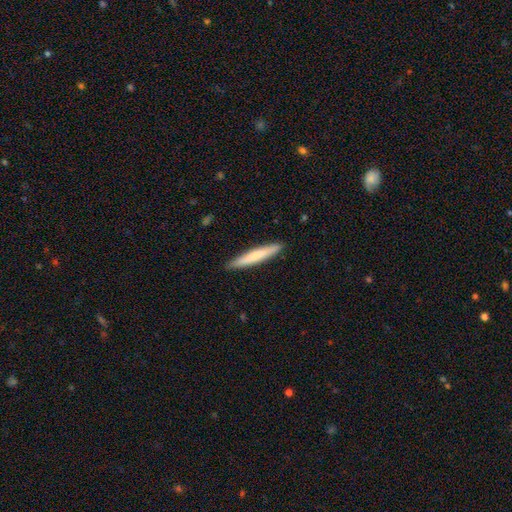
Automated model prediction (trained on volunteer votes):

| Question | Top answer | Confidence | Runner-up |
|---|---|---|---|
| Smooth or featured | smooth | 68% | featured or disk (27%) |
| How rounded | cigar-shaped | 95% | in between (4%) |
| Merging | none | 90% | minor disturbance (7%) |